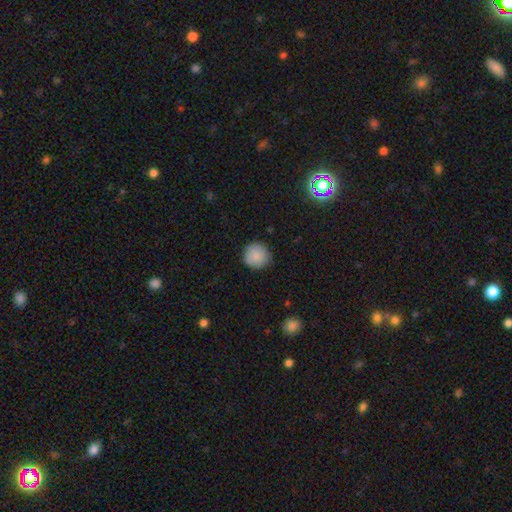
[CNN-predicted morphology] type=smooth (87%); roundness=round (95%); merging=none (89%).